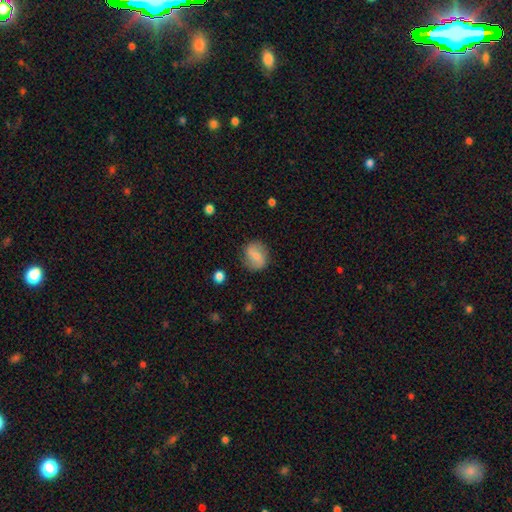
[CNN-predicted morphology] Overall: smooth (55%; featured or disk 37%). How rounded: round (66%; in between 32%). Merging: none (80%).